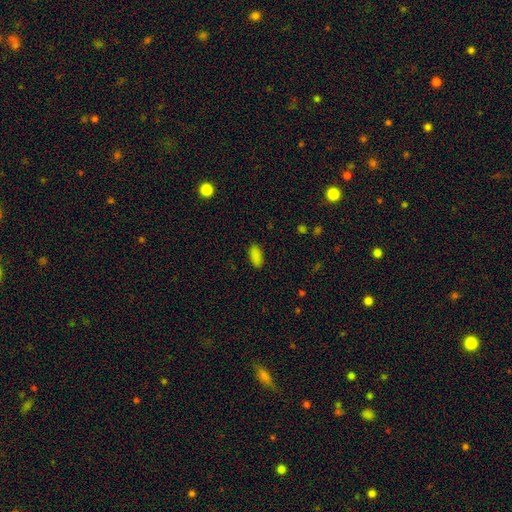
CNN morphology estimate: This is clearly a smooth galaxy (88%). How rounded: clearly in between (88%). Merging: clearly none (89%).